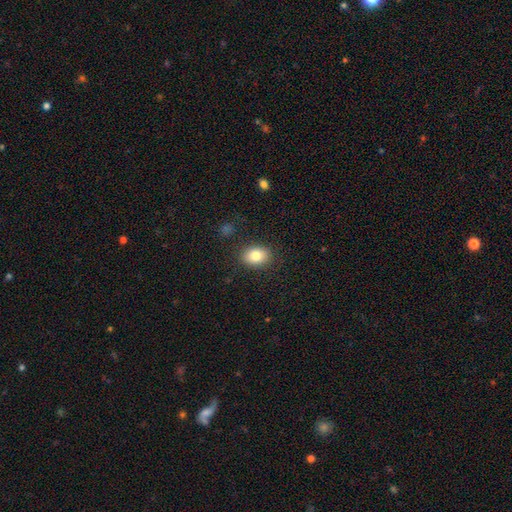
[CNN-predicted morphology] A smooth galaxy with no disk features (82%) that is in between round and cigar-shaped (69%). Merging: none (87%).